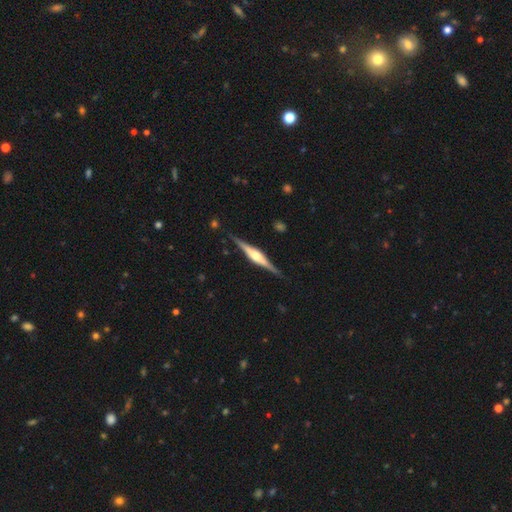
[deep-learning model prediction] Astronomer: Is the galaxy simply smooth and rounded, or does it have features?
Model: featured or disk — 82%.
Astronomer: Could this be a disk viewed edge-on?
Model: yes — 98%.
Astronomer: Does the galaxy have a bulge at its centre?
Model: rounded — 81%.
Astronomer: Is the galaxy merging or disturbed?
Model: none — 89%.